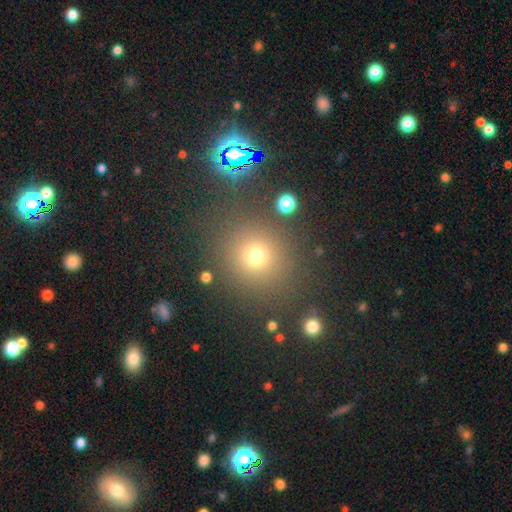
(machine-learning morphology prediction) Q: Smooth or featured?
A: smooth (69%); runner-up: star or artifact (23%)
Q: How rounded?
A: round (89%); runner-up: in between (10%)
Q: Merging?
A: none (84%); runner-up: minor disturbance (8%)